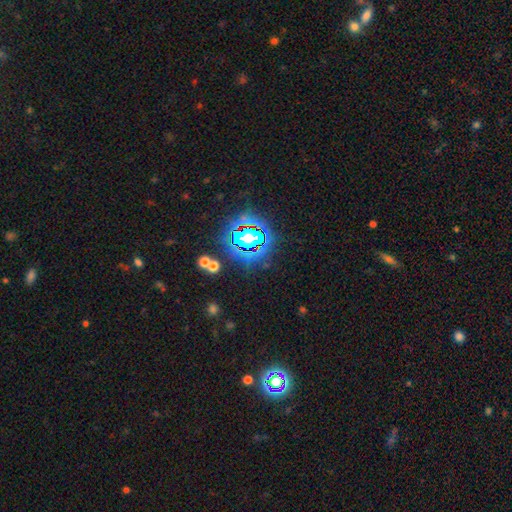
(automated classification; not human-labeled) smooth-or-featured: star or artifact: 83% | smooth: 10% | featured or disk: 7%